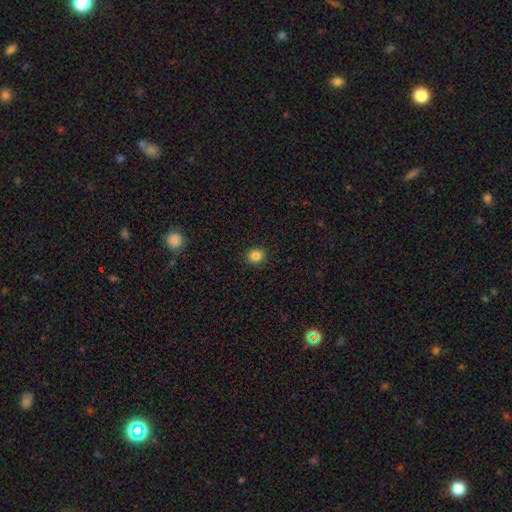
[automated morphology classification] Smooth or featured? Predicted: smooth (p=0.84). How rounded? Predicted: round (p=0.84). Merging? Predicted: none (p=0.91).